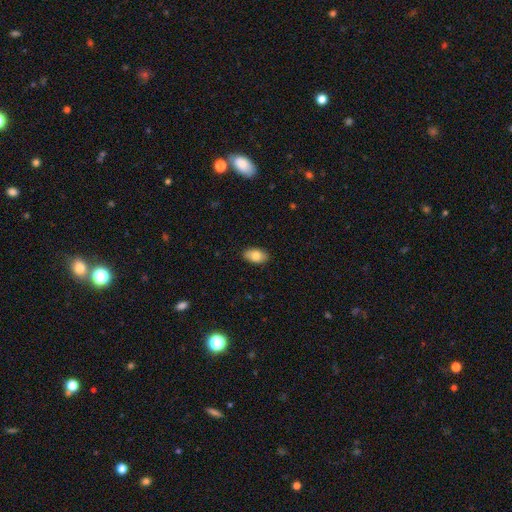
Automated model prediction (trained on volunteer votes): Smooth or featured? Predicted: smooth (p=0.83). How rounded? Predicted: in between (p=0.93). Merging? Predicted: none (p=0.88).